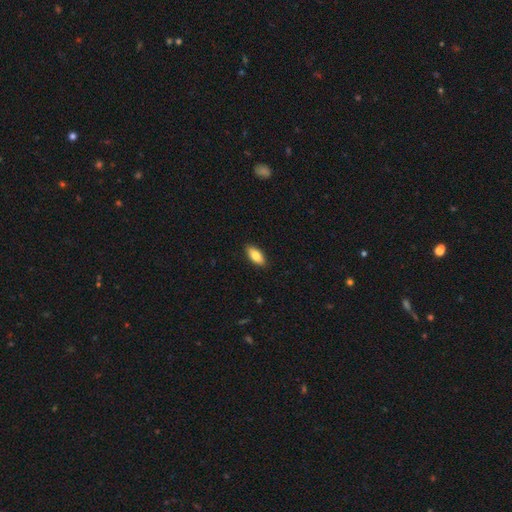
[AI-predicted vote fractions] A smooth galaxy with no disk features (81%) that is in between round and cigar-shaped (85%). Merging: none (90%).